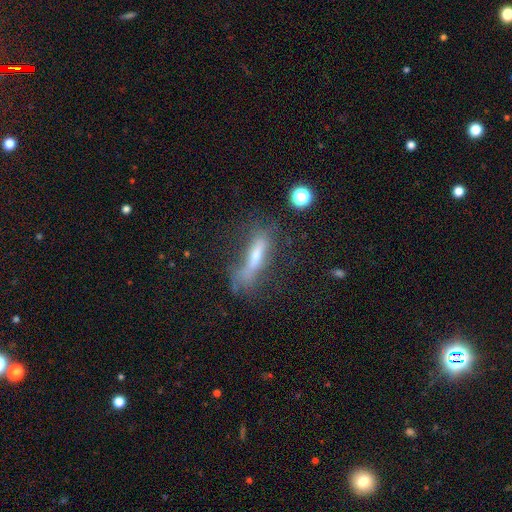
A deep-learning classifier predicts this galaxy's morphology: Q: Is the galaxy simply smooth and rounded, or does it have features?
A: featured or disk — 44%, tied with smooth.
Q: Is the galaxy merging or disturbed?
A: none — 45%.